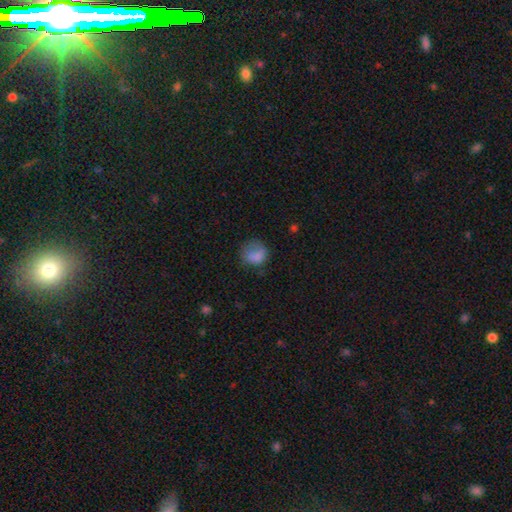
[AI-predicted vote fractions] smooth_or_featured: smooth (p=0.79) [alt: featured or disk p=0.11]
how_rounded: round (p=0.70) [alt: in between p=0.29]
merging: none (p=0.47) [alt: minor disturbance p=0.28]